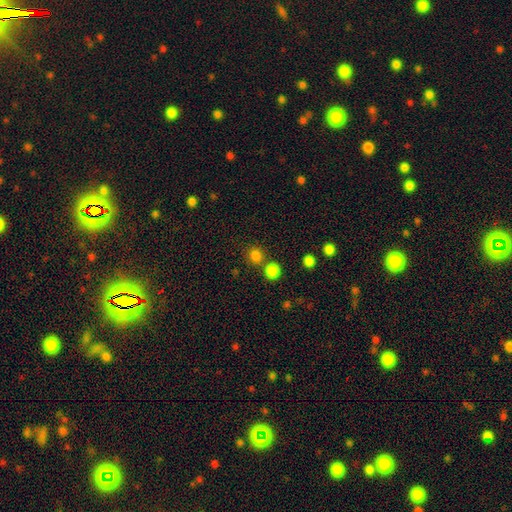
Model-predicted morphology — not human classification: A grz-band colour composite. It shows a smooth galaxy with no disk features (81%) that is round (82%). Merging: none (69%).